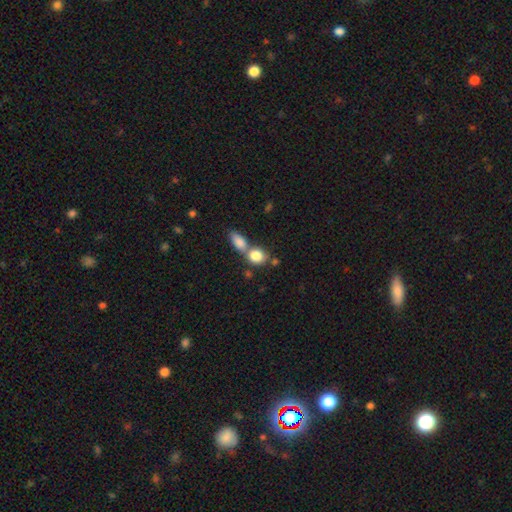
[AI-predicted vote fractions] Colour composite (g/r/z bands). It shows a smooth galaxy with no disk features (83%) that is round (54%). Merging: merger (51%).